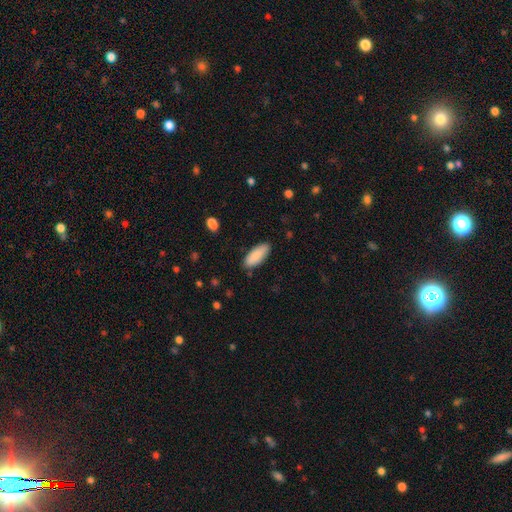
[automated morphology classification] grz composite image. It shows a smooth galaxy with no disk features (88%) that is in between round and cigar-shaped (78%). Merging: none (84%).